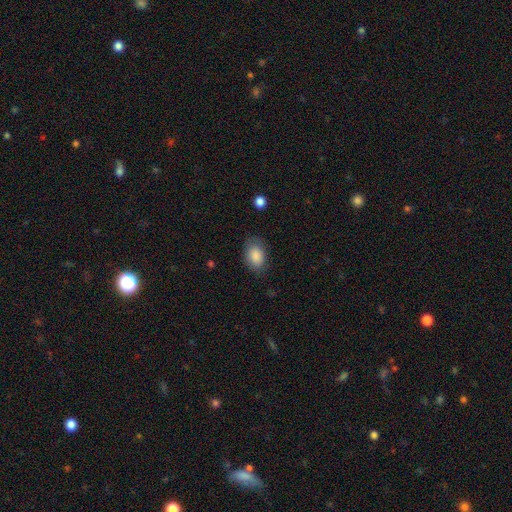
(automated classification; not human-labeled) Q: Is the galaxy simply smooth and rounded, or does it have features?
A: smooth — 87%.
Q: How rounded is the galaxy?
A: in between — 83%.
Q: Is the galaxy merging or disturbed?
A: none — 78%.